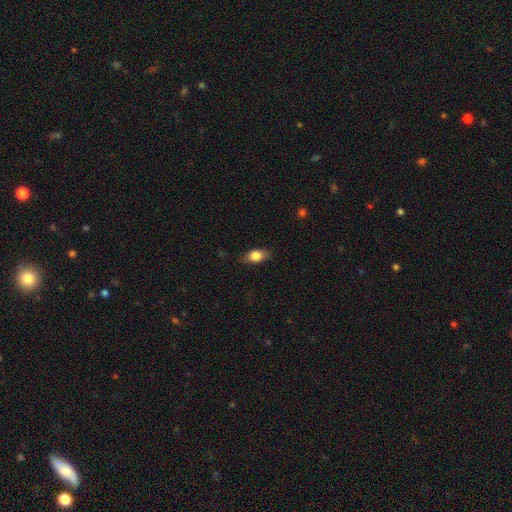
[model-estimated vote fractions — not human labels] smooth 79%, featured or disk 13%, star or artifact 7%. Down the decision tree: how rounded — in between (83%); merging — none (79%).